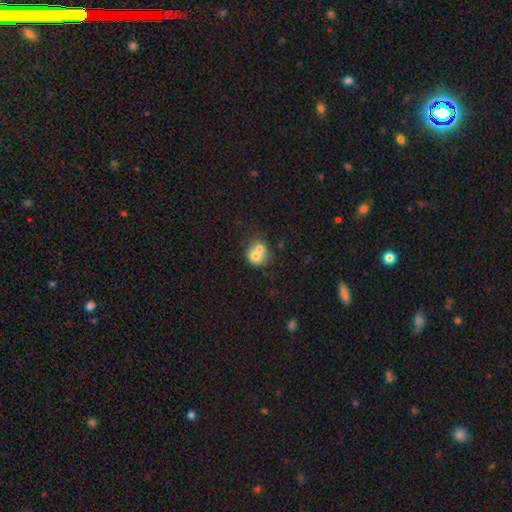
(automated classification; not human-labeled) This is likely a smooth galaxy (68%). How rounded: likely round (73%). Merging: likely merger (62%).